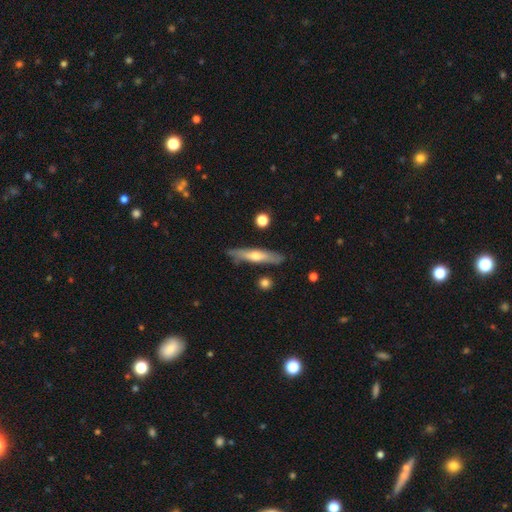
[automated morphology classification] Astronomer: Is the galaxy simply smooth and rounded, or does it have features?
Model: featured or disk — 52% (runner-up: smooth, 42%).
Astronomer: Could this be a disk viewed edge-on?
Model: yes — 87%.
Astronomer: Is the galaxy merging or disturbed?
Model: none — 84%.